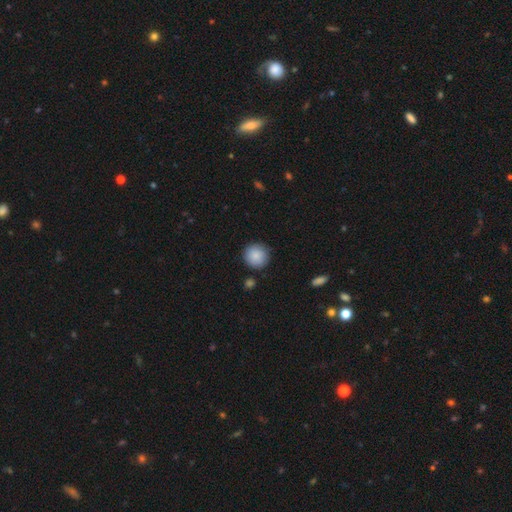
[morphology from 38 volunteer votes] Smooth or featured: smooth — 89% (star or artifact — 8%)
How rounded: round — 100%
Merging: none — 94% (minor disturbance — 3%)